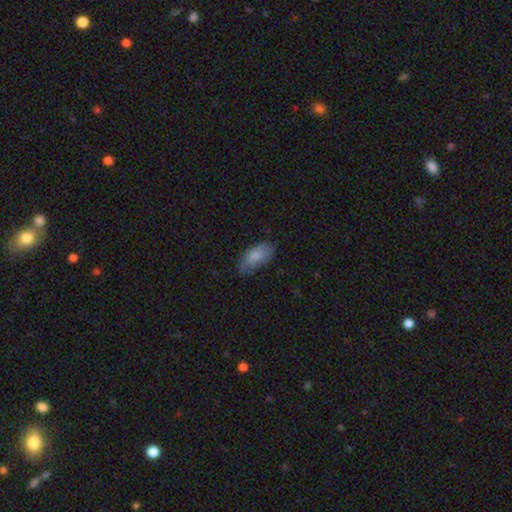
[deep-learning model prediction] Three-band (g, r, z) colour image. It shows a smooth galaxy with no disk features (80%) that is in between round and cigar-shaped (92%). Merging: none (67%).